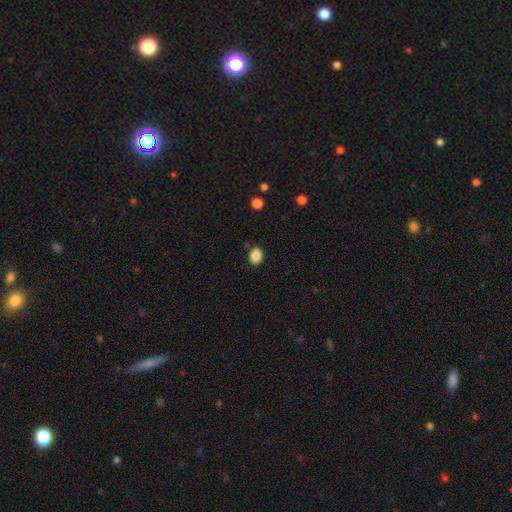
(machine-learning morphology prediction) A smooth galaxy with no disk features (88%) that is in between round and cigar-shaped (73%). Merging: none (84%).